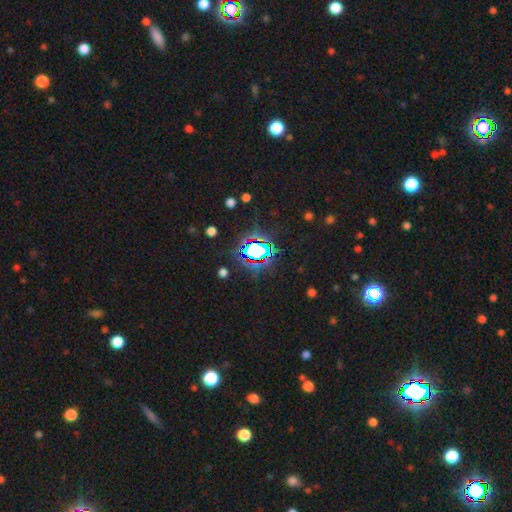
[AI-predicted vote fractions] This appears to be a star or artifact, not a galaxy (69%).